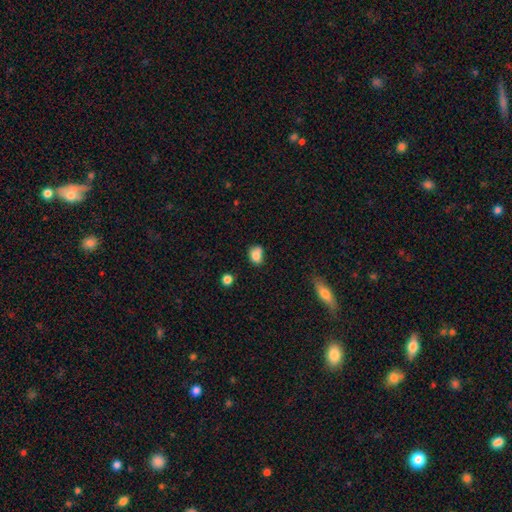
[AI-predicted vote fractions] The model was most divided on "how rounded": in between: 58%, round: 40%, cigar-shaped: 1%. More confident: smooth or featured — smooth (81%); merging — none (51%).